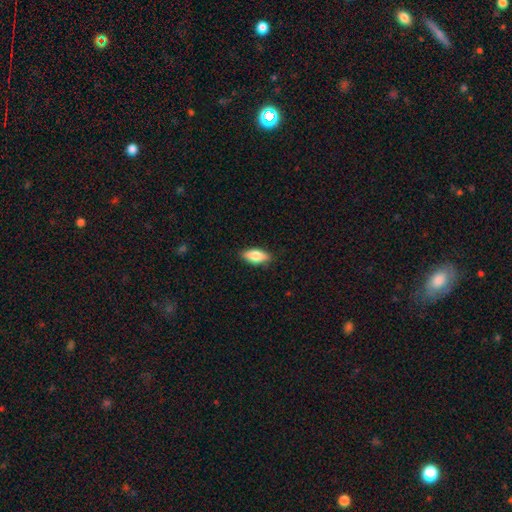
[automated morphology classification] Smooth or featured? smooth (78%)
How rounded? in between (84%)
Merging? none (86%)